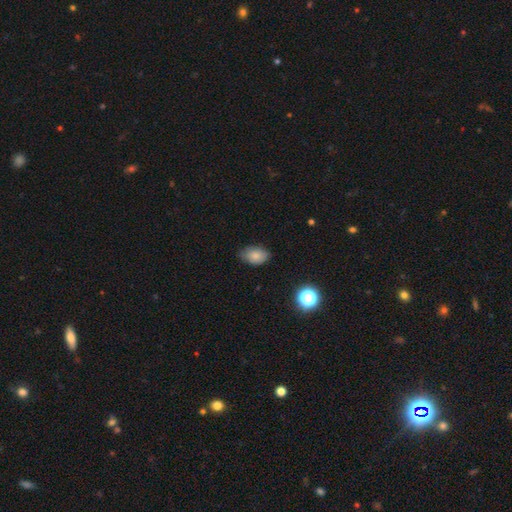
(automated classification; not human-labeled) smooth-or-featured: smooth: 81% | star or artifact: 10% | featured or disk: 9%
  how-rounded: in between: 86% | round: 12% | cigar-shaped: 1%
  merging: none: 75% | minor disturbance: 21% | major disturbance: 3% | merger: 1%